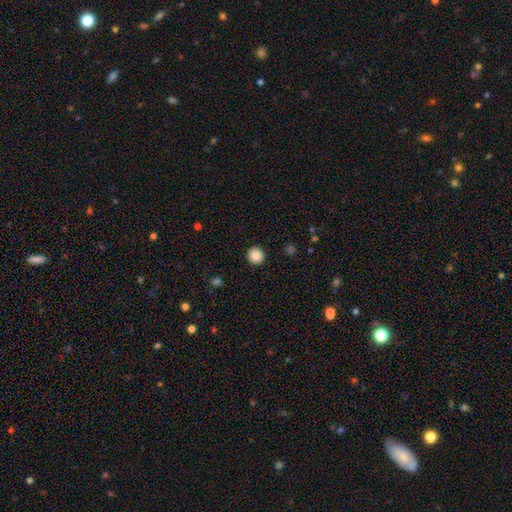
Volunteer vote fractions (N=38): Smooth or featured?
  - smooth: 84% *
  - featured or disk: 11%
  - star or artifact: 5%
How rounded?
  - round: 94% *
  - in between: 6%
  - cigar-shaped: 0%
Merging?
  - none: 97% *
  - major disturbance: 3%
  - minor disturbance: 0%
  - merger: 0%